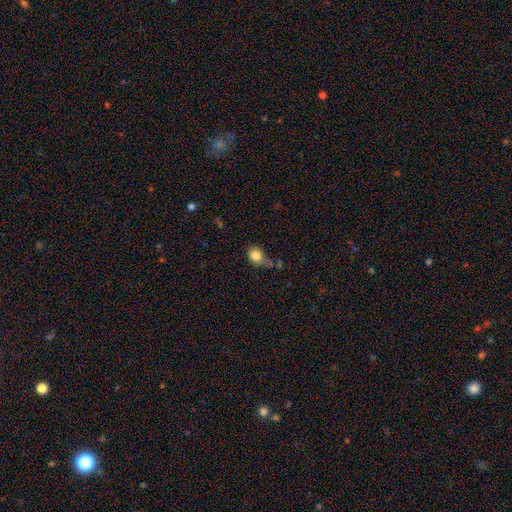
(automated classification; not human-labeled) Smooth or featured? Predicted: smooth (p=0.83). How rounded? Predicted: round (p=0.61). Merging? Predicted: none (p=0.45).